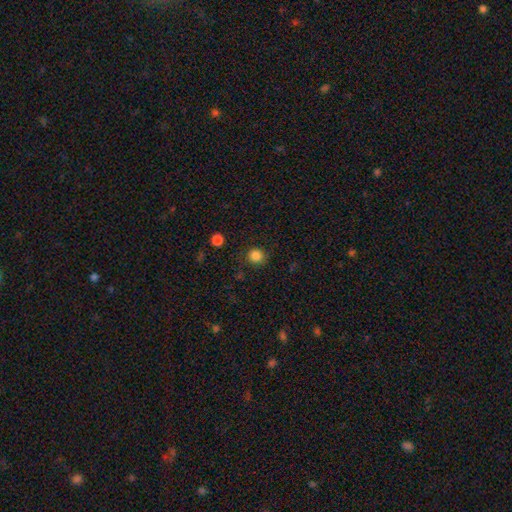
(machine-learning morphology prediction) Smooth or featured?
  - smooth: 84% *
  - star or artifact: 12%
  - featured or disk: 4%
How rounded?
  - round: 91% *
  - in between: 8%
  - cigar-shaped: 1%
Merging?
  - none: 87% *
  - minor disturbance: 9%
  - major disturbance: 3%
  - merger: 1%